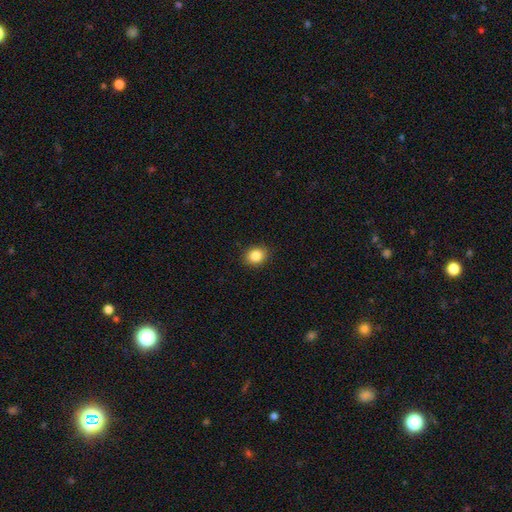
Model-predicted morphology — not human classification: smooth 86%, star or artifact 9%, featured or disk 5%. Down the decision tree: how rounded — round (57%); merging — none (89%).